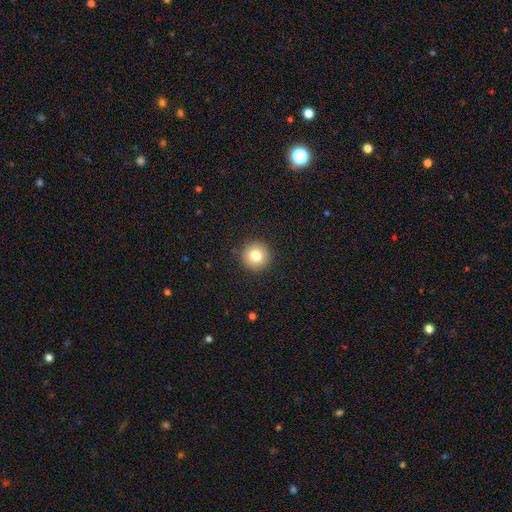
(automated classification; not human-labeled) Morphology: type=smooth (79%); roundness=round (96%); merging=none (92%).